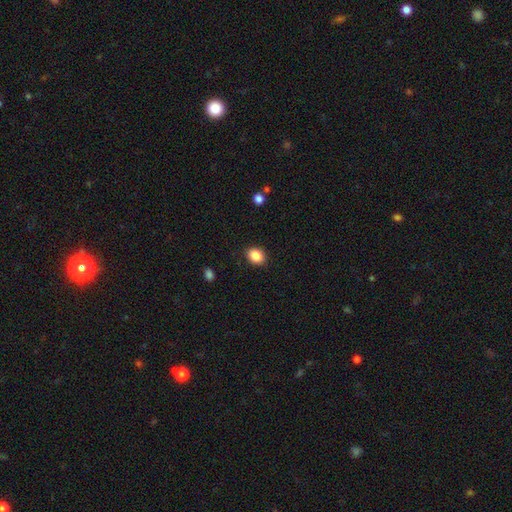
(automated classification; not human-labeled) Morphology: type=smooth (87%); roundness=in between (54%); merging=none (88%).